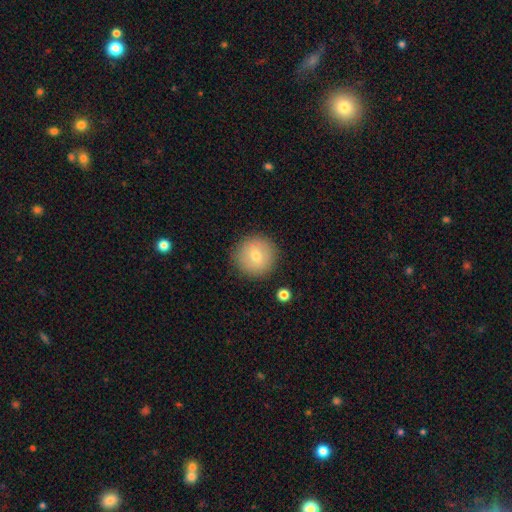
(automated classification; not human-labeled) Overall: smooth (73%). How rounded: round (95%). Merging: none (90%).